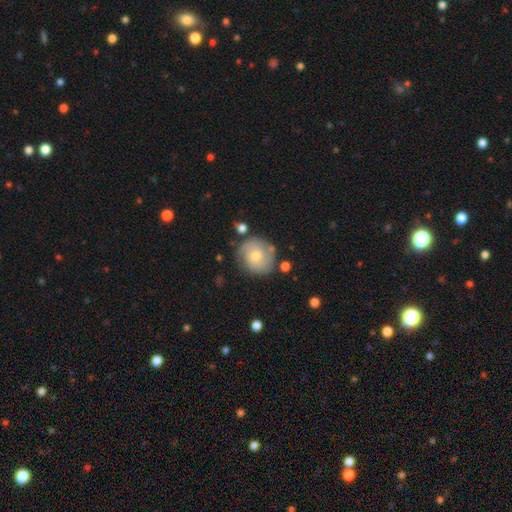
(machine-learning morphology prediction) featured or disk 47%, smooth 46%, star or artifact 7%. Down the decision tree: merging — none (73%).